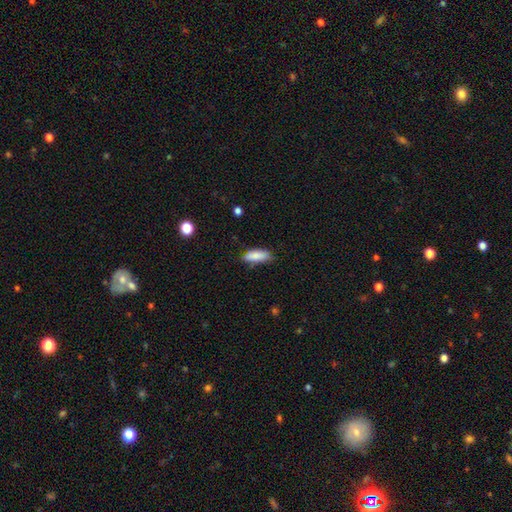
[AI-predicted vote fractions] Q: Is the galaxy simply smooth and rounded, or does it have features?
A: smooth — 86%.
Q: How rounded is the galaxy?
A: in between — 71%.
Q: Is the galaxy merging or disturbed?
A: none — 73%.